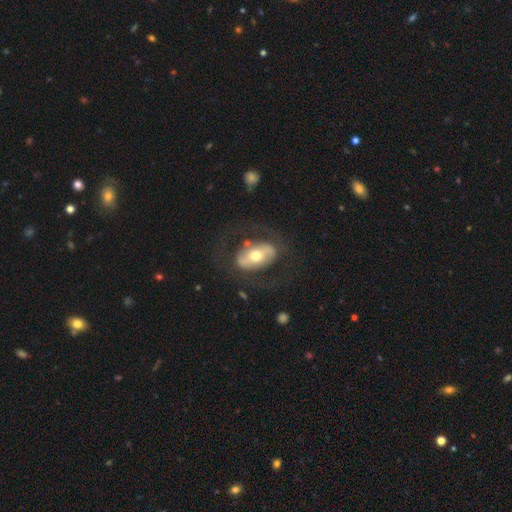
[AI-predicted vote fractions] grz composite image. It shows a featured or disk galaxy (62%) with a strong bar (39%), spiral arms (50%, tied with no) and a moderate central bulge (67%). Merging: none (69%).